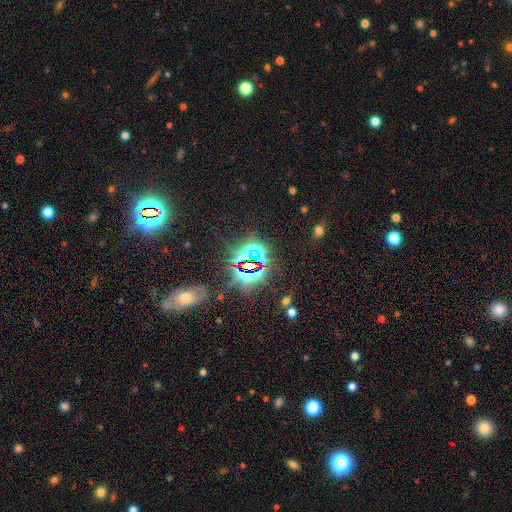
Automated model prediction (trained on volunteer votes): A star or artifact, not a galaxy (79%).